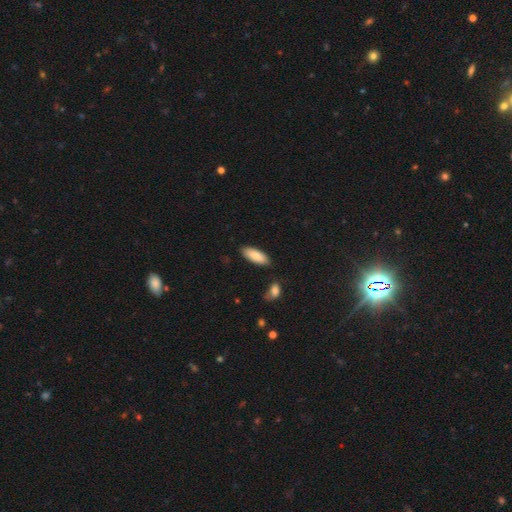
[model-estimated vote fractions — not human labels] This is clearly a smooth galaxy (86%). How rounded: likely in between (75%). Merging: clearly none (81%).